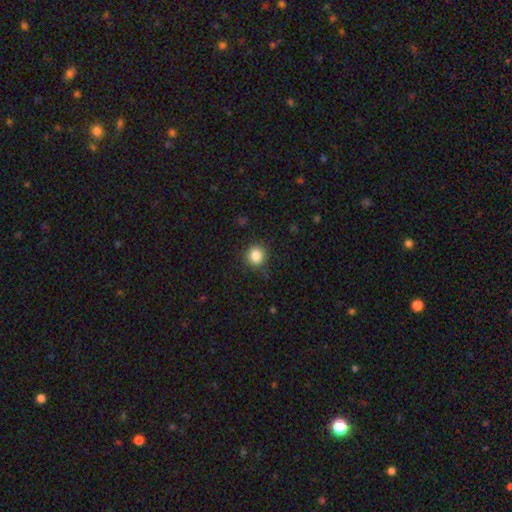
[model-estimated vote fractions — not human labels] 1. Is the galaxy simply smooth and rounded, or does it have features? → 85% smooth, 11% star or artifact, 5% featured or disk.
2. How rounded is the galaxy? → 89% round, 10% in between, 1% cigar-shaped.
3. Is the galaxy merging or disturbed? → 86% none, 10% minor disturbance, 3% major disturbance, 1% merger.